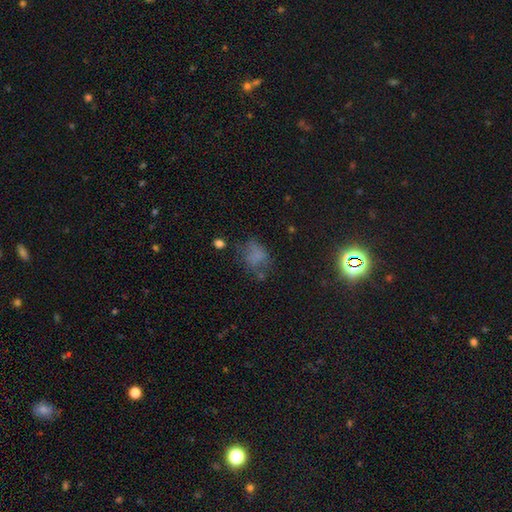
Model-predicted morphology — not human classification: smooth_or_featured: smooth (p=0.59) [alt: star or artifact p=0.22]
how_rounded: in between (p=0.61) [alt: round p=0.37]
merging: none (p=0.48) [alt: minor disturbance p=0.26]